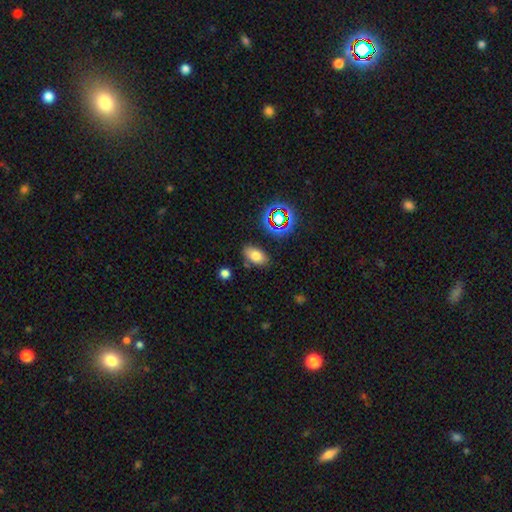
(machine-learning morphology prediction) Overall: smooth (74%). How rounded: in between (89%). Merging: none (81%).